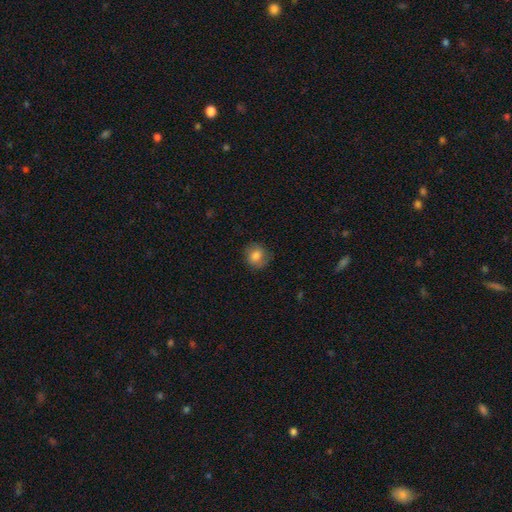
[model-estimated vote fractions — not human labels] Smooth or featured? Predicted: smooth (p=0.80). How rounded? Predicted: round (p=0.82). Merging? Predicted: none (p=0.82).